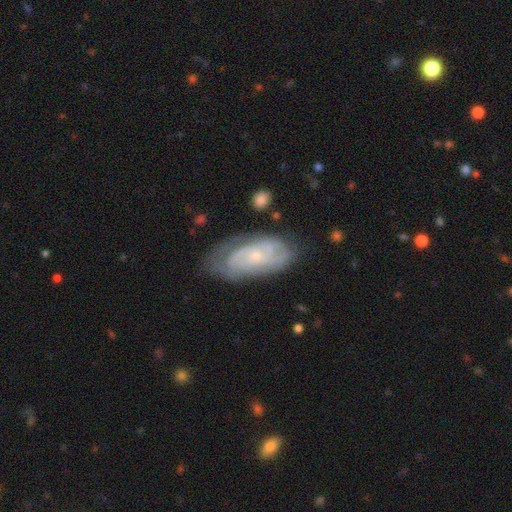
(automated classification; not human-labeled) smooth_or_featured: featured or disk (p=0.76) [alt: smooth p=0.18]
disk_edge_on: no (p=0.95) [alt: yes p=0.05]
bar: no (p=0.72) [alt: weak p=0.24]
has_spiral_arms: yes (p=0.92) [alt: no p=0.08]
spiral_winding: tight (p=0.63) [alt: medium p=0.30]
spiral_arm_count: can't tell (p=0.37) [alt: 2 p=0.33]
bulge_size: small (p=0.72) [alt: moderate p=0.20]
merging: none (p=0.68) [alt: minor disturbance p=0.22]